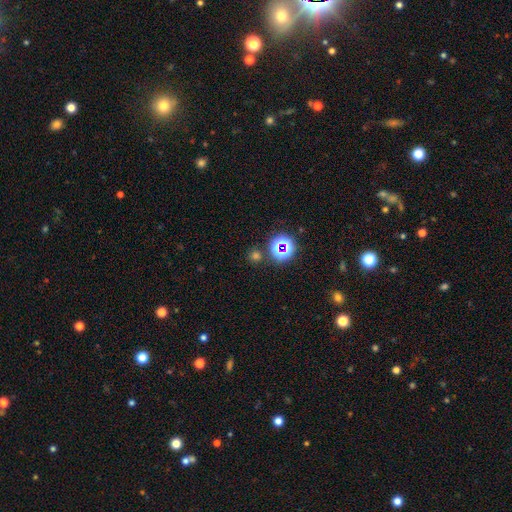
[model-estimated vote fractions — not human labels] Smooth or featured? smooth (54%)
How rounded? round (90%)
Merging? none (83%)